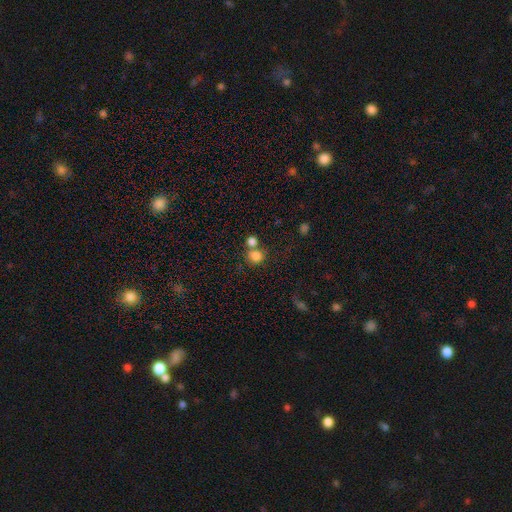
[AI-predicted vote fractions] smooth 81%, star or artifact 12%, featured or disk 7%. Down the decision tree: how rounded — round (86%); merging — none (51%).